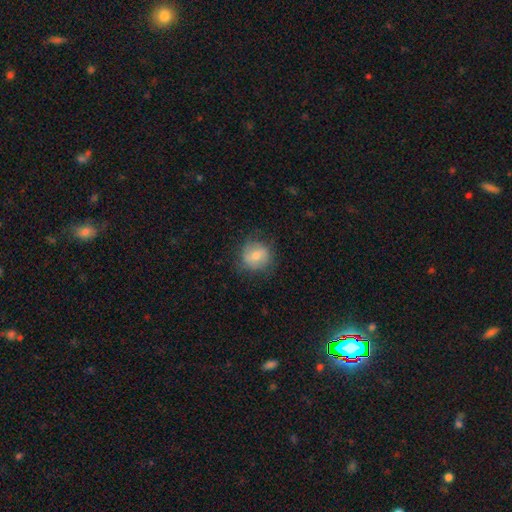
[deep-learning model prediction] Morphology: type=smooth (68%); roundness=round (85%); merging=none (73%).